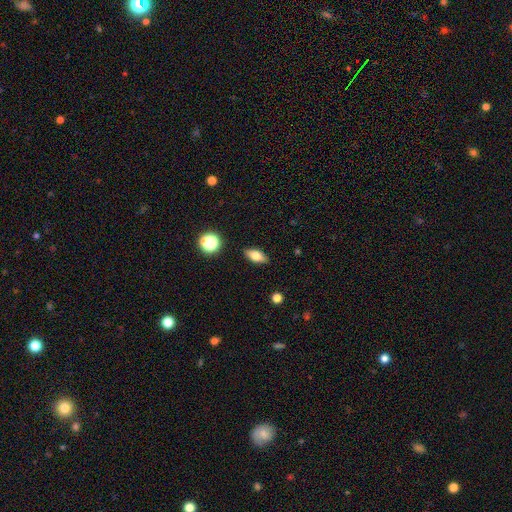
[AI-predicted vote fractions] This is likely a smooth galaxy (71%). How rounded: clearly in between (80%). Merging: clearly none (87%).